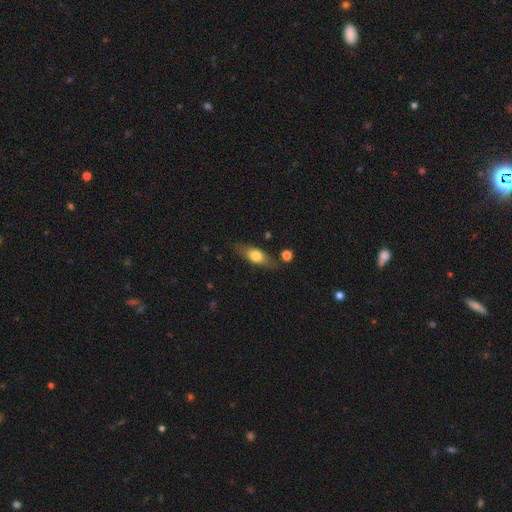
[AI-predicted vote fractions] Morphology: type=smooth (64%); roundness=in between (65%); merging=none (77%).